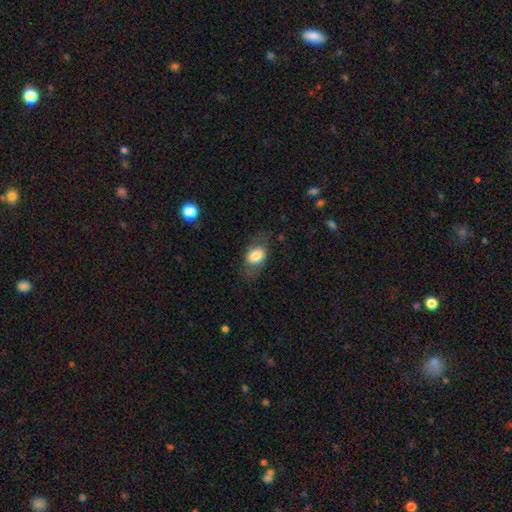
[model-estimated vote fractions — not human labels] Smooth or featured: smooth — 74% (featured or disk — 18%)
How rounded: in between — 67% (round — 31%)
Merging: none — 72% (minor disturbance — 17%)